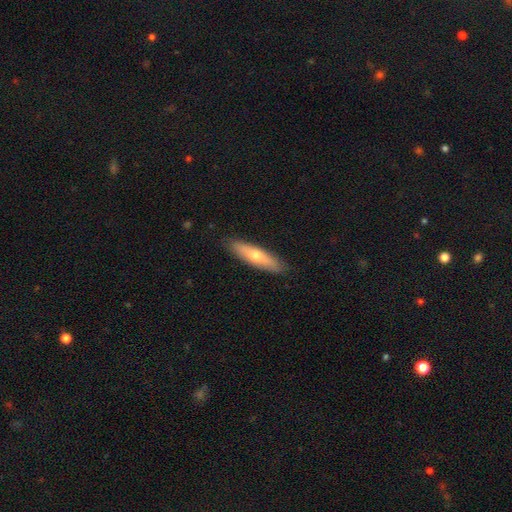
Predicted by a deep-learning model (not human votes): A smooth galaxy with no disk features (59%) that is cigar-shaped (72%). Merging: none (88%).